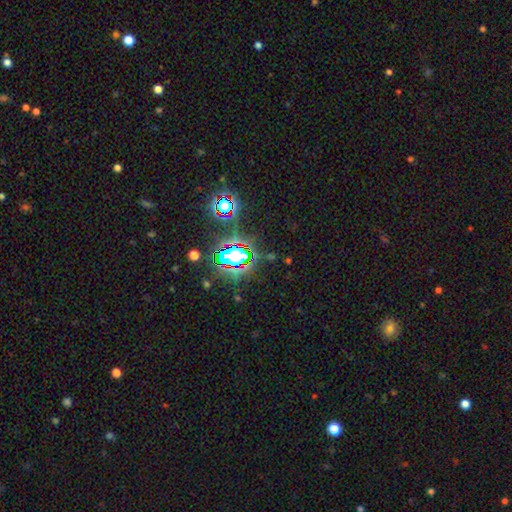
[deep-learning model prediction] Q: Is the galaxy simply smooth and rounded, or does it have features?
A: star or artifact — 81%.